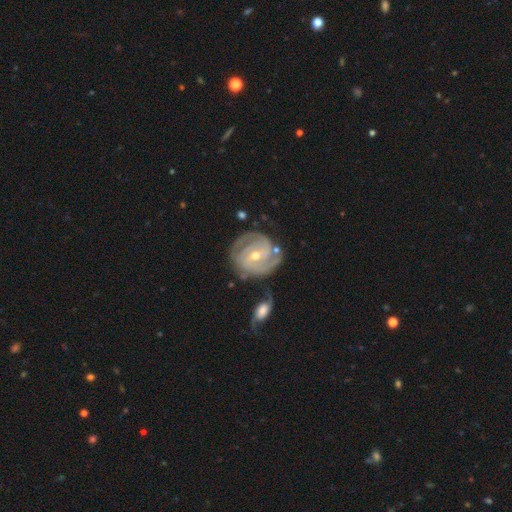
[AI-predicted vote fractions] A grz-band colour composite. It shows a featured or disk galaxy (89%) with a weak bar (45%), 2 (42%) tight (68%) spiral arms (97%) and a moderate central bulge (50%). Merging: none (70%).